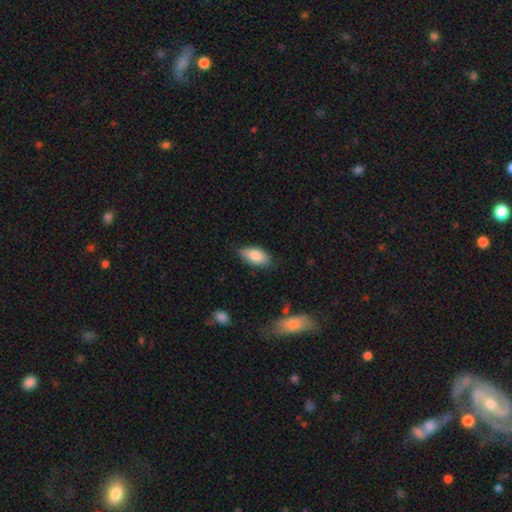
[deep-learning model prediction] Overall: smooth (81%). How rounded: in between (92%). Merging: none (73%).